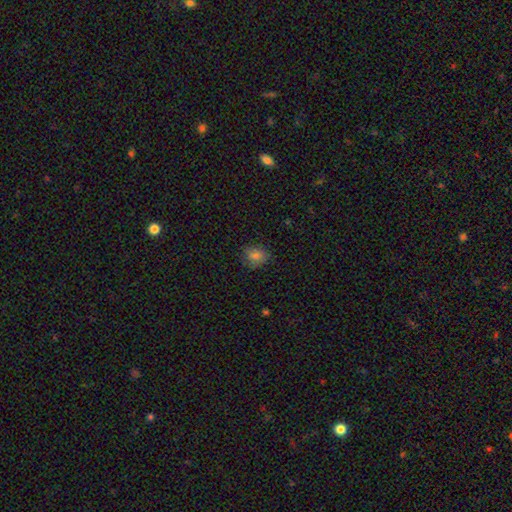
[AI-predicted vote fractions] Morphology: type=smooth (81%); roundness=round (57%); merging=none (79%).